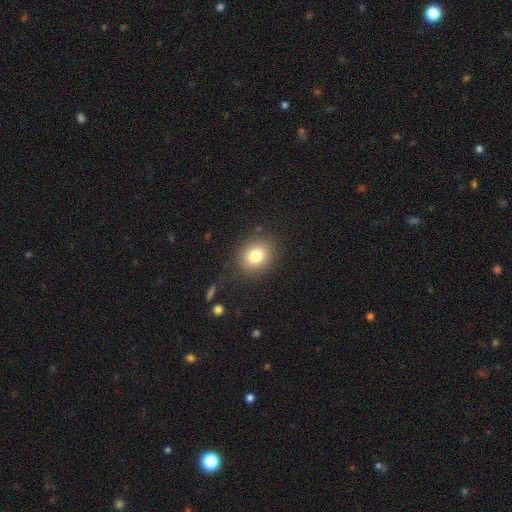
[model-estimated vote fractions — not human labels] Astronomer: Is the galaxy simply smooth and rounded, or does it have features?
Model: smooth — 80%.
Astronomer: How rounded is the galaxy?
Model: round — 60% (runner-up: in between, 39%).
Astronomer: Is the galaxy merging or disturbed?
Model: none — 84%.